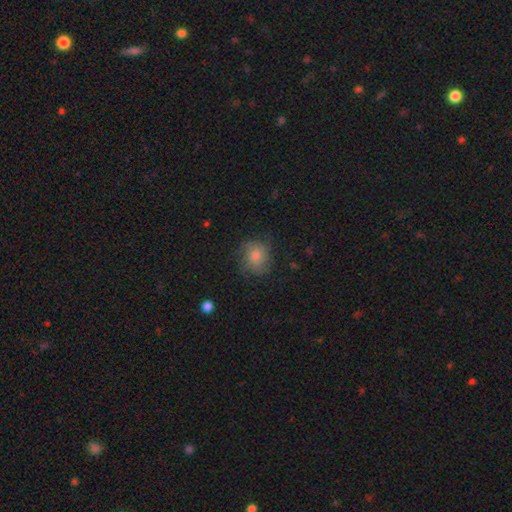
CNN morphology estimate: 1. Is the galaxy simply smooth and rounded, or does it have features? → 52% smooth, 37% featured or disk, 11% star or artifact.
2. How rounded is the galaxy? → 76% round, 23% in between, 1% cigar-shaped.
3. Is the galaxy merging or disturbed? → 72% none, 19% minor disturbance, 9% major disturbance, 1% merger.